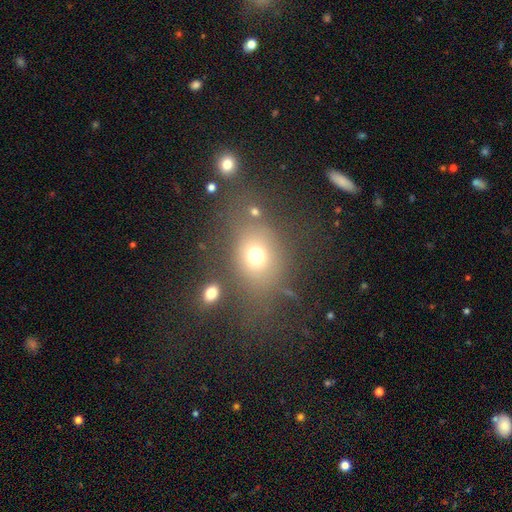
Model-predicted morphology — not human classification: Smooth or featured?
  - smooth: 69% *
  - star or artifact: 18%
  - featured or disk: 13%
How rounded?
  - round: 54% *
  - in between: 45%
  - cigar-shaped: 2%
Merging?
  - none: 62% *
  - minor disturbance: 16%
  - major disturbance: 13%
  - merger: 9%